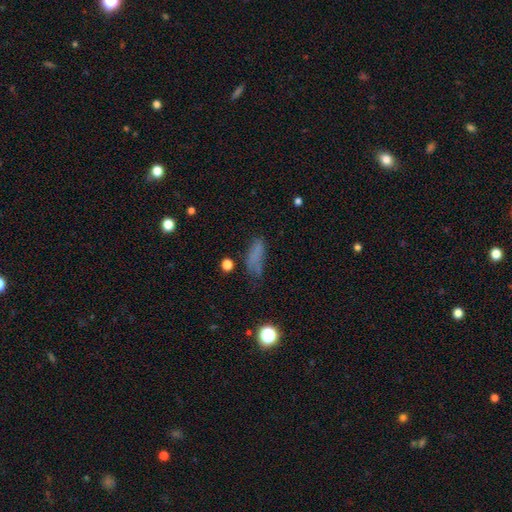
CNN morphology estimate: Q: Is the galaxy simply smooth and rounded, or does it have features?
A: smooth — 65%.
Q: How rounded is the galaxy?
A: in between — 62%.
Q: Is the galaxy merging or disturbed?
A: none — 46%.